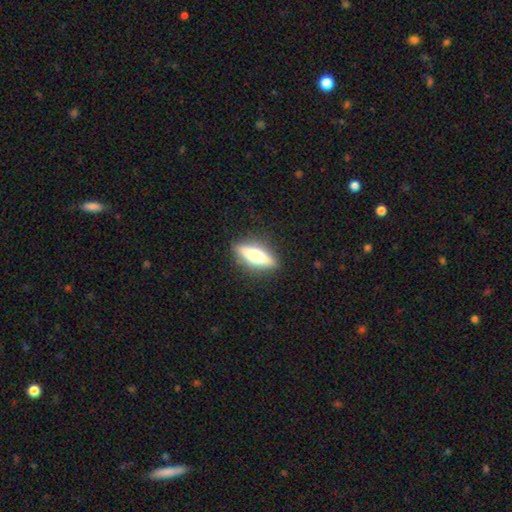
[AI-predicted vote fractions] This is possibly a smooth galaxy (53%). How rounded: possibly cigar-shaped (55%). Merging: clearly none (88%).